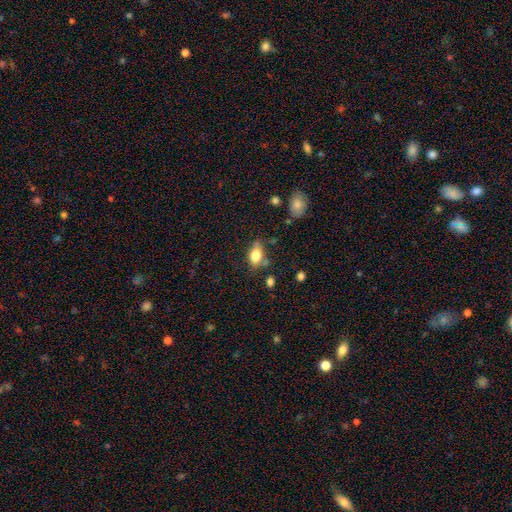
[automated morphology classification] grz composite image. It shows a smooth galaxy with no disk features (80%) that is in between round and cigar-shaped (84%). Merging: none (58%).